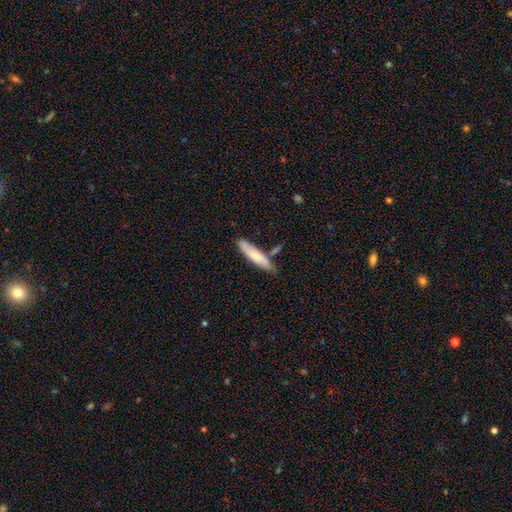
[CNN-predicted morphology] A smooth galaxy with no disk features (73%) that is cigar-shaped (81%). Merging: none (72%).